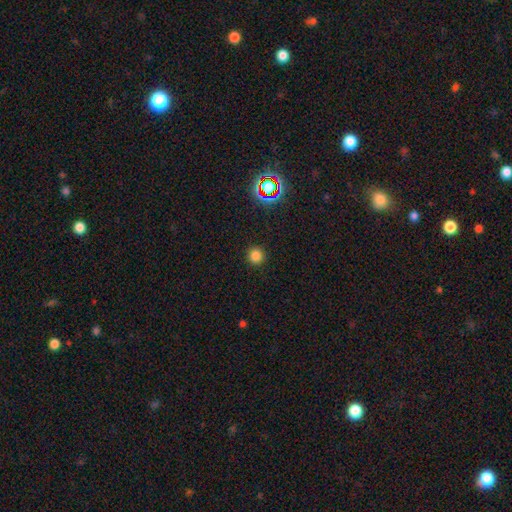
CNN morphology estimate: smooth_or_featured: smooth (p=0.79) [alt: star or artifact p=0.17]
how_rounded: round (p=0.95) [alt: in between p=0.04]
merging: none (p=0.91) [alt: minor disturbance p=0.05]